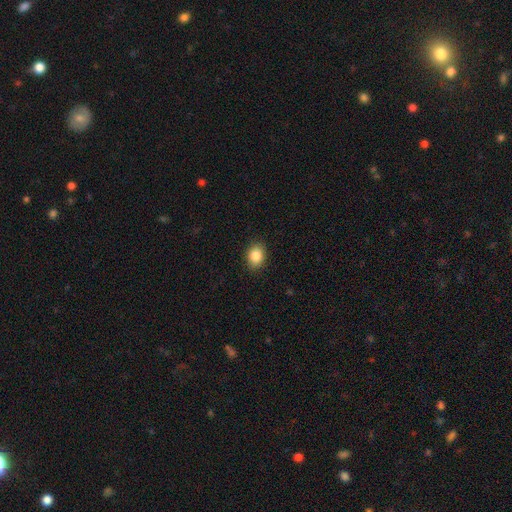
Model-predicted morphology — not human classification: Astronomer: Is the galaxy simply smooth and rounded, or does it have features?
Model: smooth — 87%.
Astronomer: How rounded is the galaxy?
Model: in between — 62%.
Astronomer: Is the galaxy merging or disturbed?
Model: none — 88%.